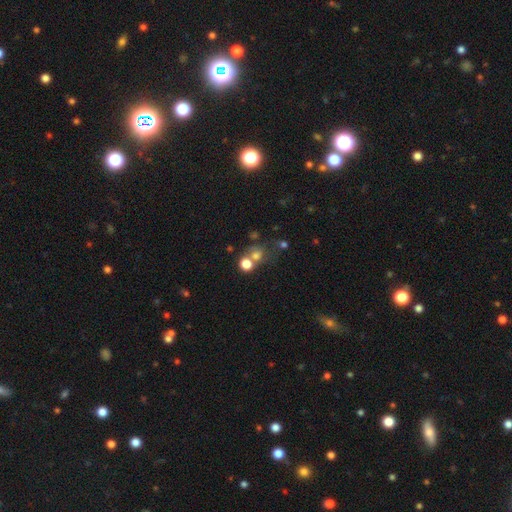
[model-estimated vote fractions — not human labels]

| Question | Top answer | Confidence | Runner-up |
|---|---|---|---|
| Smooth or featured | smooth | 68% | star or artifact (18%) |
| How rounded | round | 78% | in between (21%) |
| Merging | none | 43% | merger (41%) |